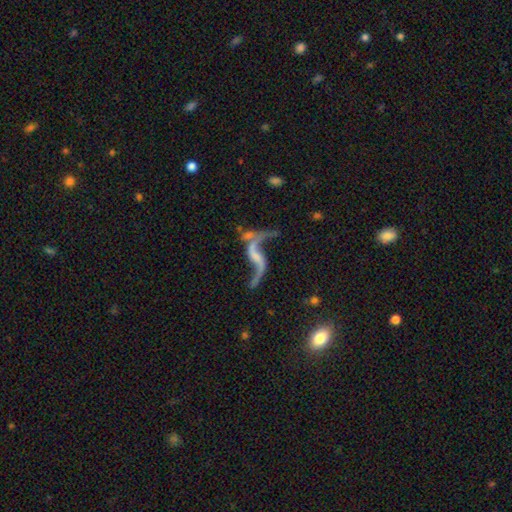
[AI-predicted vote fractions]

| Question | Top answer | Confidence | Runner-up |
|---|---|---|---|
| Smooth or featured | featured or disk | 87% | star or artifact (7%) |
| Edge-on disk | no | 95% | yes (5%) |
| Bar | no | 40% | weak (39%) |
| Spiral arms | yes | 92% | no (8%) |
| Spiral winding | loose | 94% | medium (4%) |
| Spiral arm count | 2 | 92% | 1 (4%) |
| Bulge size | none | 53% | small (29%) |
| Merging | none | 51% | major disturbance (19%) |